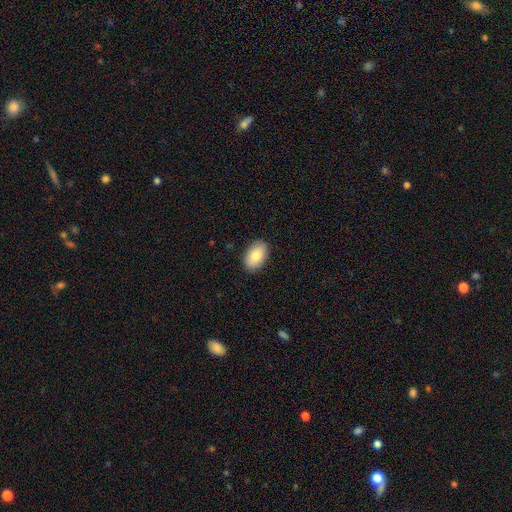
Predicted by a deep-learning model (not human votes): Q: Smooth or featured?
A: smooth (83%); runner-up: featured or disk (10%)
Q: How rounded?
A: in between (93%); runner-up: round (6%)
Q: Merging?
A: none (89%); runner-up: minor disturbance (9%)